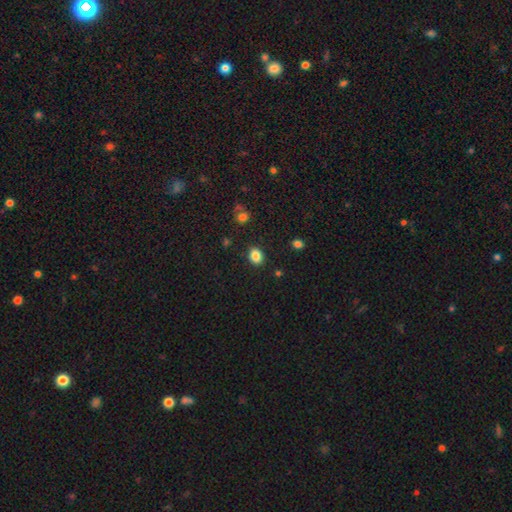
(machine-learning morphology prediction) This appears to be a smooth galaxy with no disk features (85%) that is in between round and cigar-shaped (53%). Merging: none (87%).